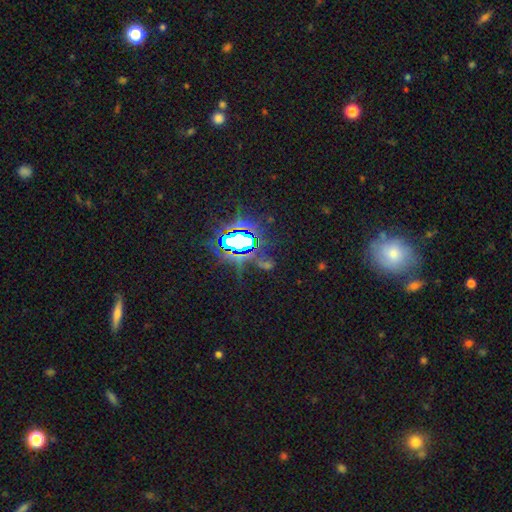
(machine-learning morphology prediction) Smooth or featured? star or artifact (80%)